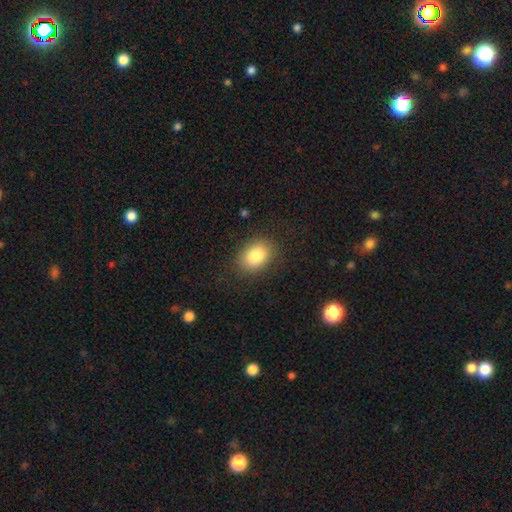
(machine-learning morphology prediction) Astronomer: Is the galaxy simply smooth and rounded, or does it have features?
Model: smooth — 85%.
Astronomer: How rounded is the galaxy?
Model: in between — 72%.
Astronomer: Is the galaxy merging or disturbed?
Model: none — 84%.